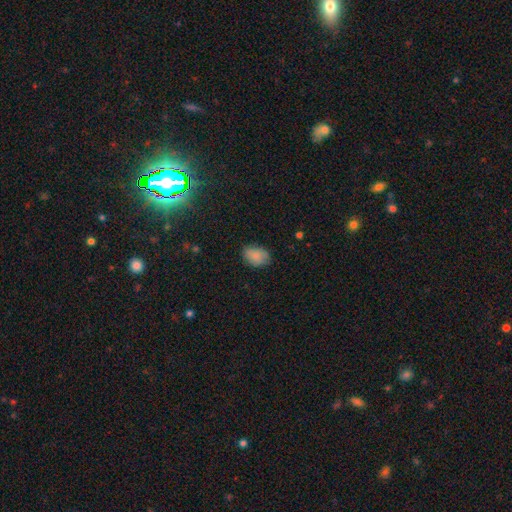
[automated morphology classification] Smooth or featured: smooth — 86% (star or artifact — 8%)
How rounded: in between — 77% (round — 22%)
Merging: none — 77% (minor disturbance — 18%)